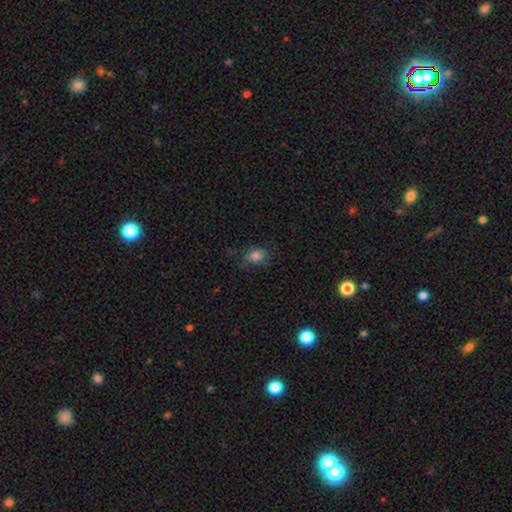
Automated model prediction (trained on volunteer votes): Morphology: type=smooth (77%); roundness=in between (62%); merging=none (58%).